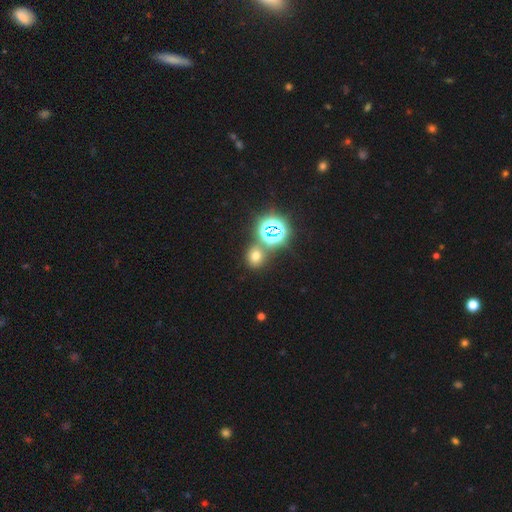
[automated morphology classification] type=smooth (57%); roundness=round (75%); merging=none (71%).